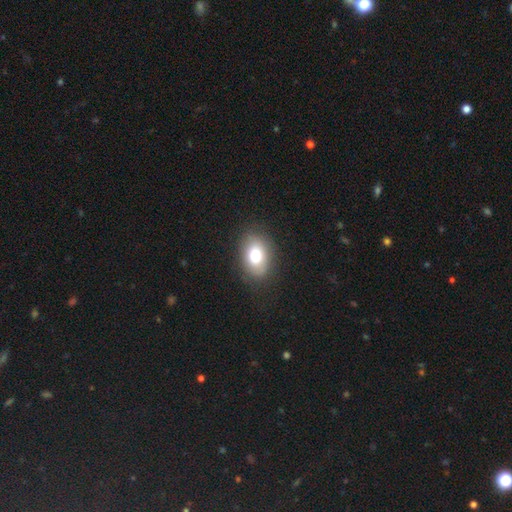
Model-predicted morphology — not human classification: A smooth galaxy with no disk features (75%) that is in between round and cigar-shaped (80%).

Vote fractions:
- Smooth or featured? smooth: 75% / featured or disk: 15% / star or artifact: 10%
- How rounded? in between: 80% / round: 19% / cigar-shaped: 1%
- Merging? none: 84% / minor disturbance: 11% / major disturbance: 4% / merger: 1%